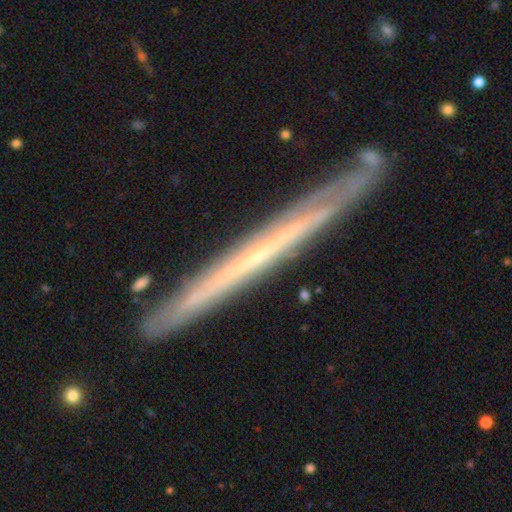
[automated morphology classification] Smooth or featured: featured or disk — 71% (smooth — 22%)
Edge-on disk: yes — 94% (no — 6%)
Edge-on bulge: none — 88% (rounded — 10%)
Merging: none — 87% (minor disturbance — 10%)